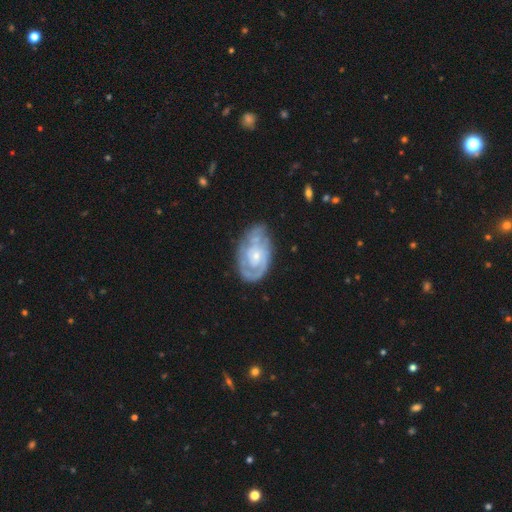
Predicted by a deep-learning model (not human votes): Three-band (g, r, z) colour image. It shows a featured or disk galaxy (80%) with no bar (74%), 2 (41%) tight (65%) spiral arms (89%) and a small central bulge (64%). Merging: none (61%).